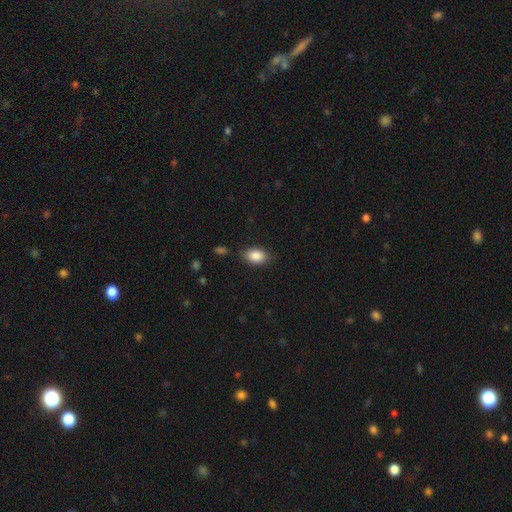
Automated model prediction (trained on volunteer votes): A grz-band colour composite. It shows a smooth galaxy with no disk features (87%) that is in between round and cigar-shaped (88%). Merging: none (79%).